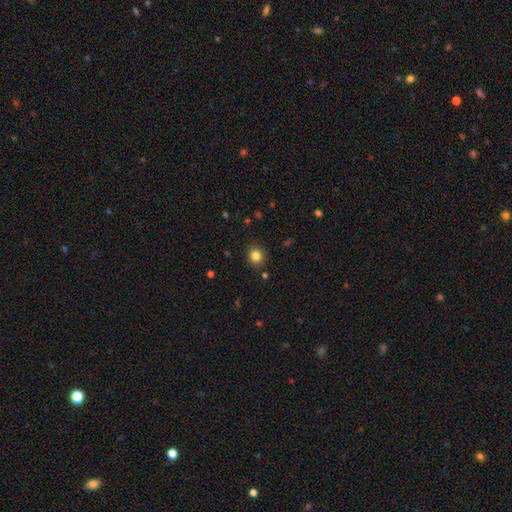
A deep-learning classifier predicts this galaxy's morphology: Smooth or featured? Predicted: smooth (p=0.82). How rounded? Predicted: round (p=0.80). Merging? Predicted: none (p=0.88).